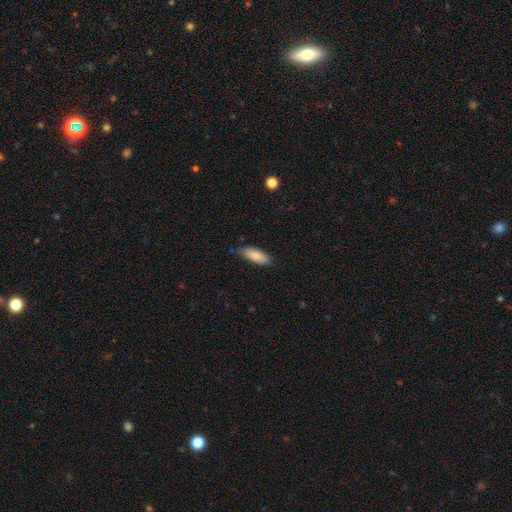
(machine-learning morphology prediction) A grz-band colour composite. It shows a smooth galaxy with no disk features (85%) that is in between round and cigar-shaped (74%). Merging: none (78%).